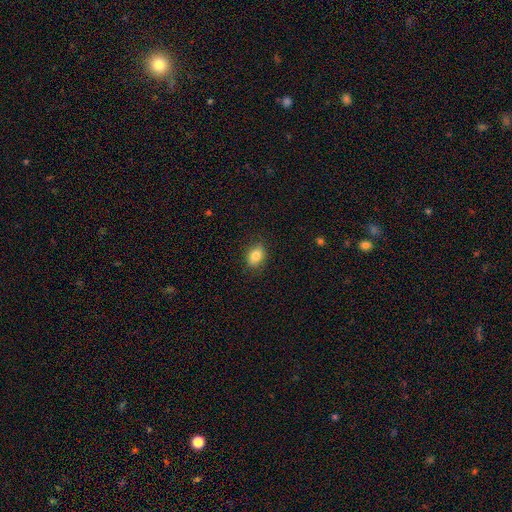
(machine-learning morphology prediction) Smooth or featured? smooth (82%)
How rounded? in between (74%)
Merging? none (85%)